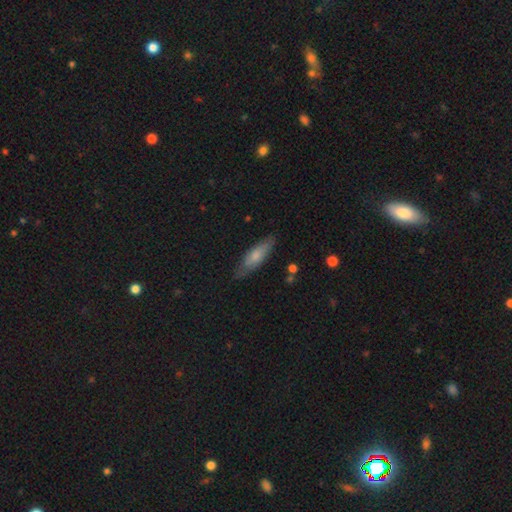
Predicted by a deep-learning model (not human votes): smooth_or_featured: smooth (p=0.66) [alt: featured or disk p=0.28]
how_rounded: cigar-shaped (p=0.52) [alt: in between p=0.47]
merging: none (p=0.74) [alt: minor disturbance p=0.20]